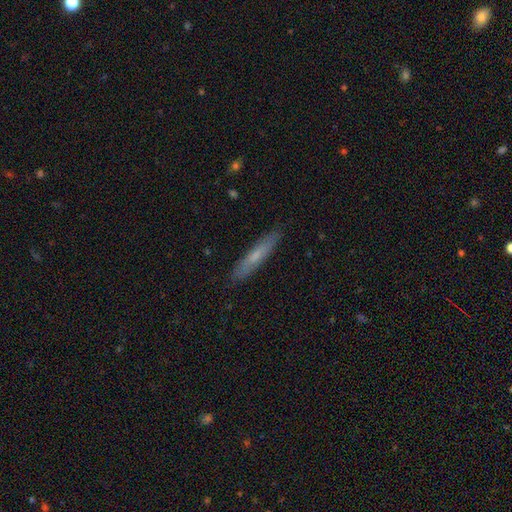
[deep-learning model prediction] Overall: smooth (58%; featured or disk 36%). How rounded: cigar-shaped (91%). Merging: none (88%).